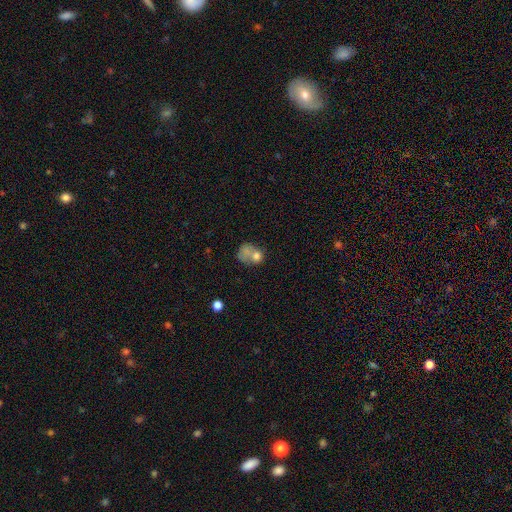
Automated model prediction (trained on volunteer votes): A smooth galaxy with no disk features (63%) that is round (58%).

Vote fractions:
- Smooth or featured? smooth: 63% / featured or disk: 24% / star or artifact: 14%
- How rounded? round: 58% / in between: 41% / cigar-shaped: 1%
- Merging? merger: 37% / none: 30% / major disturbance: 17% / minor disturbance: 16%